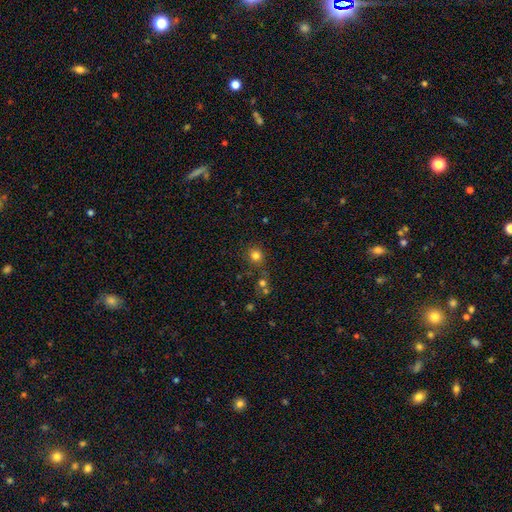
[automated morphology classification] A smooth galaxy with no disk features (78%) that is round (88%). Merging: none (76%).